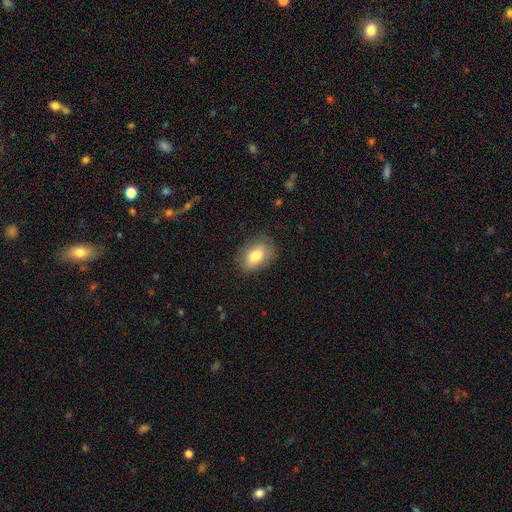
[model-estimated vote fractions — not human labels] Overall: smooth (79%). How rounded: in between (84%). Merging: none (82%).